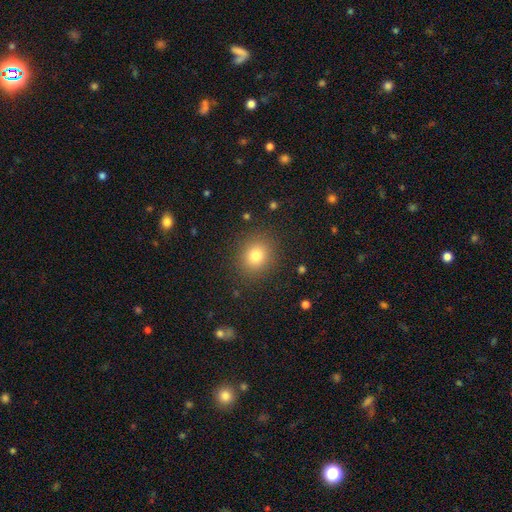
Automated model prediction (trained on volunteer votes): Morphology: type=smooth (79%); roundness=round (79%); merging=none (88%).